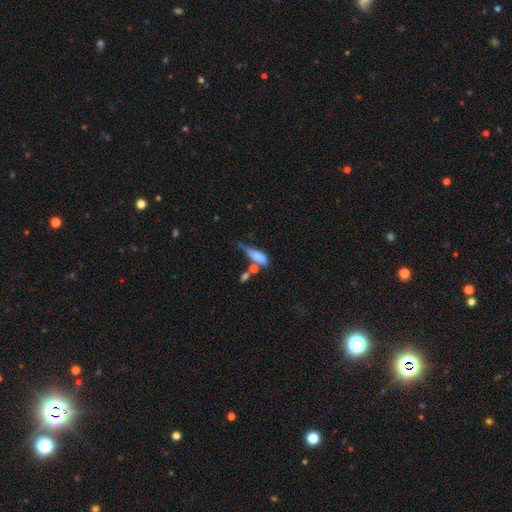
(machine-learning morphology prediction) smooth-or-featured: smooth: 71% | featured or disk: 20% | star or artifact: 9%
  how-rounded: in between: 57% | cigar-shaped: 38% | round: 4%
  merging: merger: 29% | minor disturbance: 25% | none: 25% | major disturbance: 21%